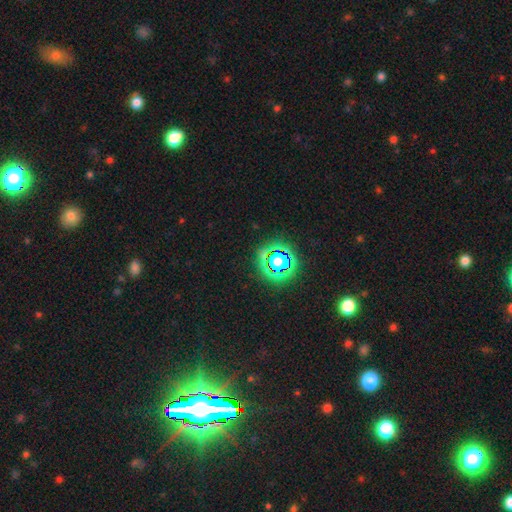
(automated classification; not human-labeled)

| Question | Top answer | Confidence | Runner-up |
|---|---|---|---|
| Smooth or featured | star or artifact | 81% | smooth (12%) |